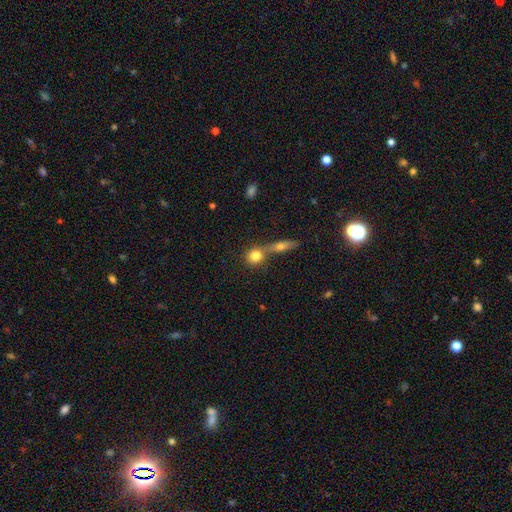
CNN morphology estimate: A smooth galaxy with no disk features (79%) that is round (81%).

Vote fractions:
- Smooth or featured? smooth: 79% / featured or disk: 12% / star or artifact: 9%
- How rounded? round: 81% / in between: 15% / cigar-shaped: 4%
- Merging? none: 46% / merger: 43% / minor disturbance: 7% / major disturbance: 3%